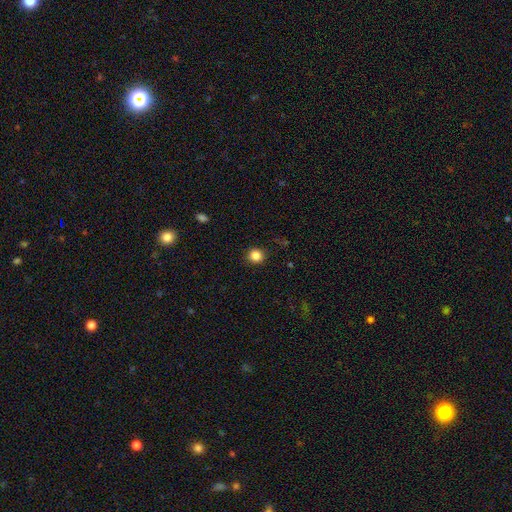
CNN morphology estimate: smooth-or-featured: smooth: 85% | star or artifact: 11% | featured or disk: 4%
  how-rounded: round: 90% | in between: 9% | cigar-shaped: 1%
  merging: none: 91% | minor disturbance: 6% | major disturbance: 2% | merger: 1%